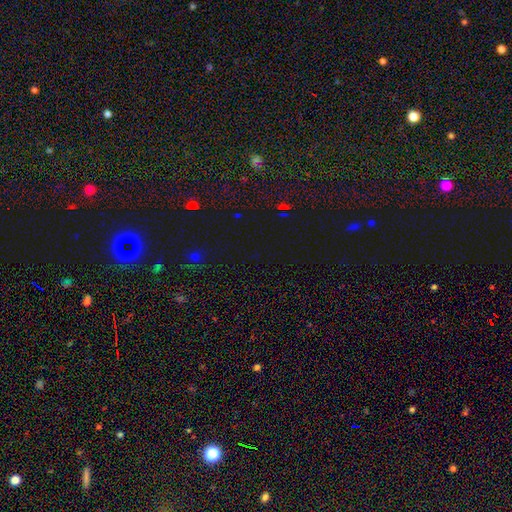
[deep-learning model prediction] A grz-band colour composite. It shows a star or artifact, not a galaxy (75%).